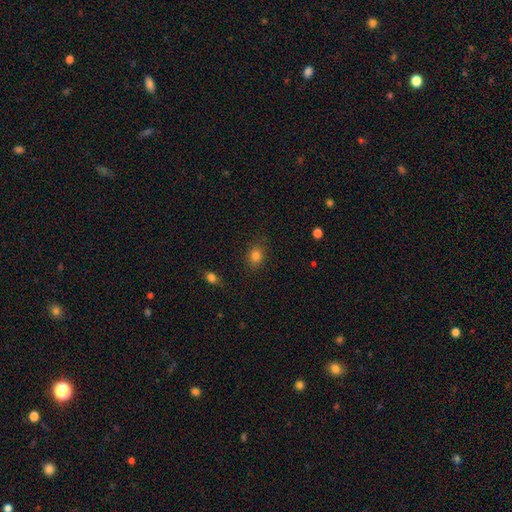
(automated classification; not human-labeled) This is clearly a smooth galaxy (83%). How rounded: likely round (62%). Merging: clearly none (84%).